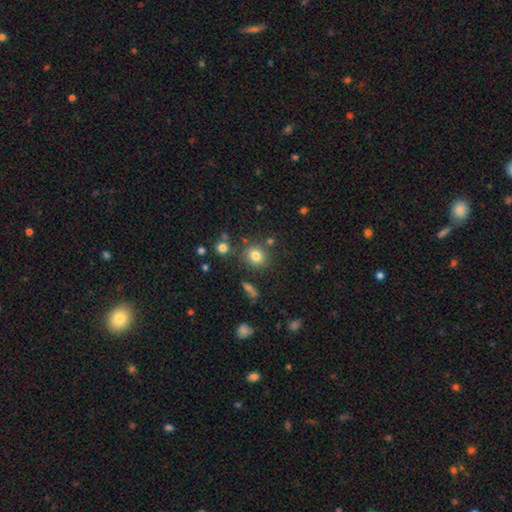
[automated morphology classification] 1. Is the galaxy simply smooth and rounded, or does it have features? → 79% smooth, 13% star or artifact, 8% featured or disk.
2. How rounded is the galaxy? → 75% round, 23% in between, 1% cigar-shaped.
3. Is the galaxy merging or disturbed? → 79% none, 11% minor disturbance, 7% merger, 4% major disturbance.